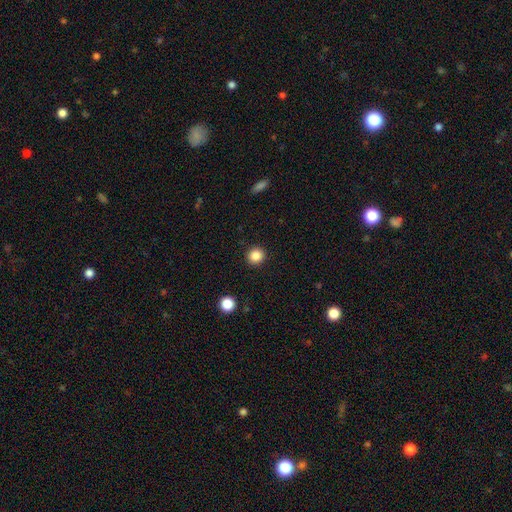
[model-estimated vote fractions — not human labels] This appears to be a smooth galaxy with no disk features (86%) that is round (90%). Merging: none (92%).